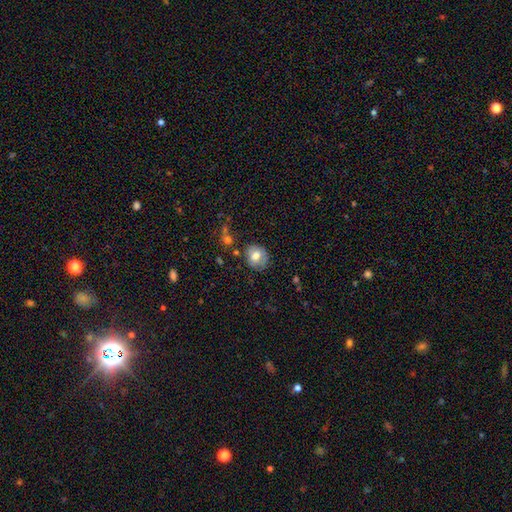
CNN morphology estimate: This appears to be a smooth galaxy with no disk features (68%) that is round (70%). Merging: none (69%).